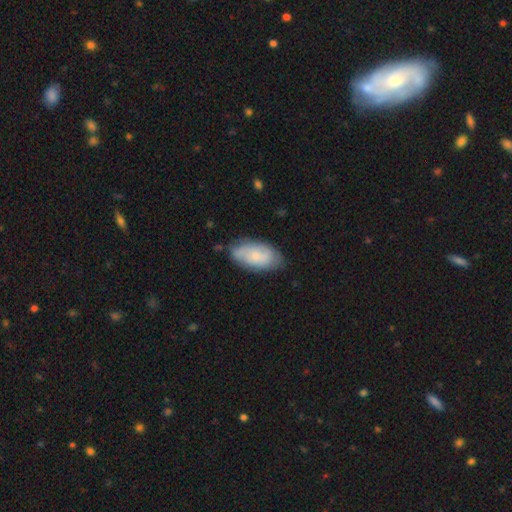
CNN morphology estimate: A smooth galaxy with no disk features (55%) that is in between round and cigar-shaped (93%).

Vote fractions:
- Smooth or featured? smooth: 55% / featured or disk: 39% / star or artifact: 6%
- How rounded? in between: 93% / round: 4% / cigar-shaped: 3%
- Merging? none: 72% / minor disturbance: 22% / major disturbance: 4% / merger: 2%